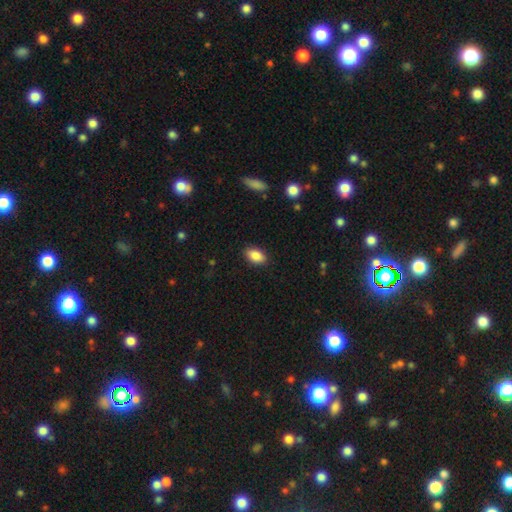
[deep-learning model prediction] Overall: smooth (88%). How rounded: in between (91%). Merging: none (88%).